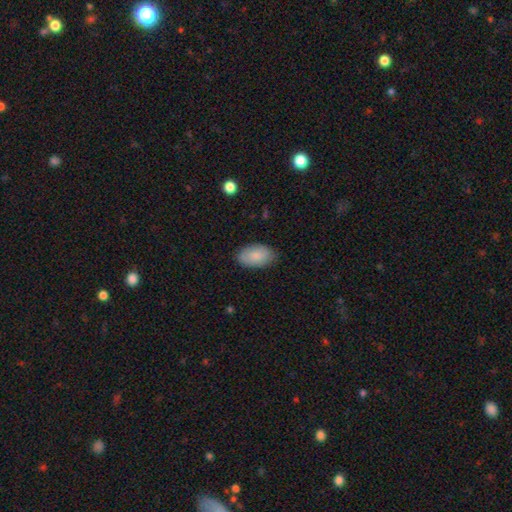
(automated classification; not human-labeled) Q: Smooth or featured?
A: smooth (85%); runner-up: featured or disk (9%)
Q: How rounded?
A: in between (94%); runner-up: round (4%)
Q: Merging?
A: none (84%); runner-up: minor disturbance (13%)